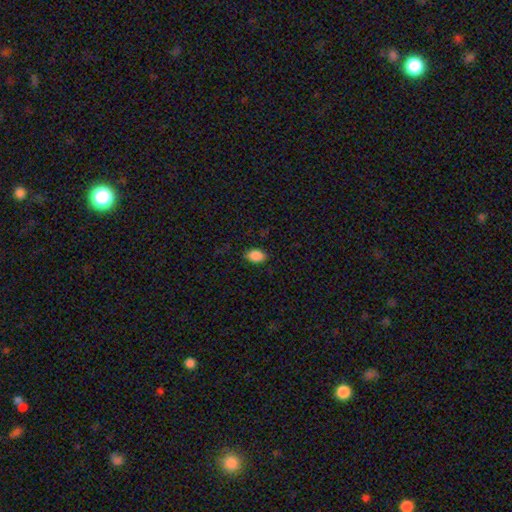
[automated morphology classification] Smooth or featured?
  - smooth: 88% *
  - star or artifact: 8%
  - featured or disk: 4%
How rounded?
  - in between: 86% *
  - round: 13%
  - cigar-shaped: 1%
Merging?
  - none: 85% *
  - minor disturbance: 11%
  - major disturbance: 3%
  - merger: 1%